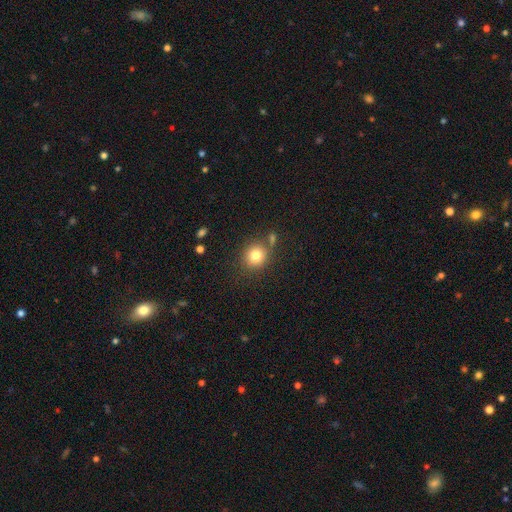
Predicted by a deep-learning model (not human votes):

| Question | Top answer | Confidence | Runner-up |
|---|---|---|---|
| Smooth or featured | smooth | 80% | star or artifact (11%) |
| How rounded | round | 82% | in between (17%) |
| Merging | none | 73% | merger (12%) |